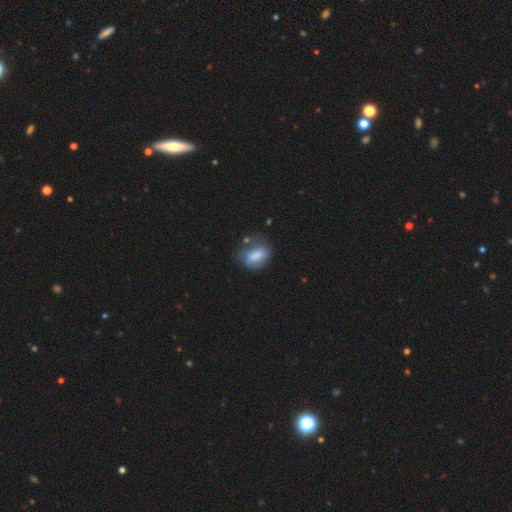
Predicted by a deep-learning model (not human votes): A smooth galaxy with no disk features (74%) that is in between round and cigar-shaped (77%). Merging: none (46%).